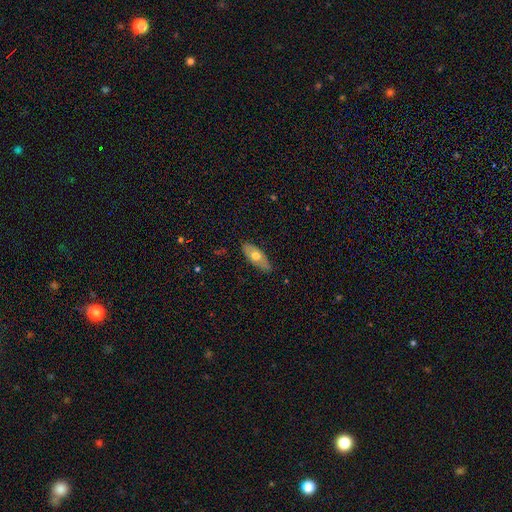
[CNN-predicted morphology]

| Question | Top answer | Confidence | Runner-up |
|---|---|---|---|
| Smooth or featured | smooth | 59% | featured or disk (35%) |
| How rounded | in between | 81% | cigar-shaped (15%) |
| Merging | none | 81% | minor disturbance (15%) |